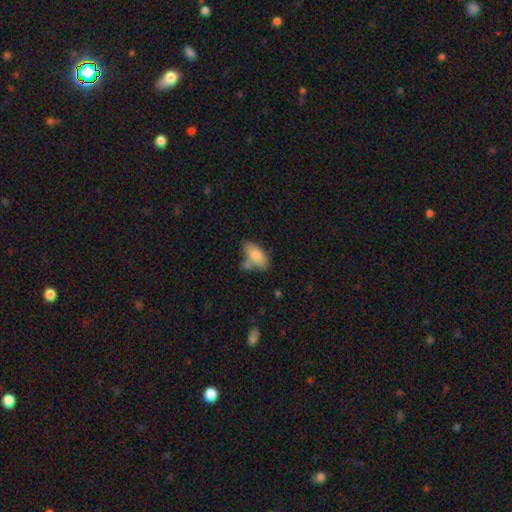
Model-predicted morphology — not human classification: Smooth or featured?
  - smooth: 79% *
  - featured or disk: 14%
  - star or artifact: 7%
How rounded?
  - in between: 91% *
  - cigar-shaped: 6%
  - round: 4%
Merging?
  - none: 50% *
  - merger: 22%
  - minor disturbance: 22%
  - major disturbance: 6%